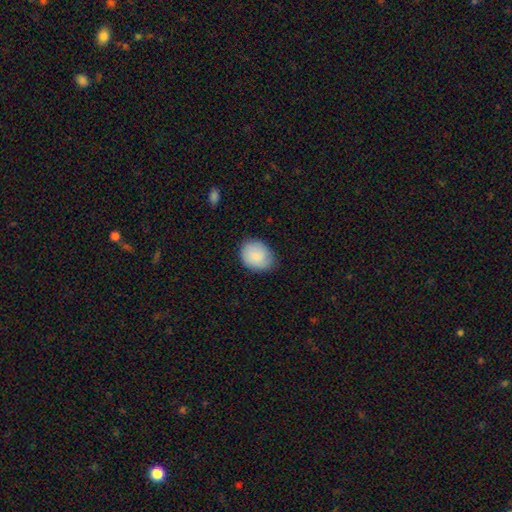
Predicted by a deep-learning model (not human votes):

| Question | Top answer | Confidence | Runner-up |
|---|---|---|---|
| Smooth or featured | smooth | 86% | featured or disk (8%) |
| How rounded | in between | 56% | round (43%) |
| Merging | none | 77% | minor disturbance (19%) |